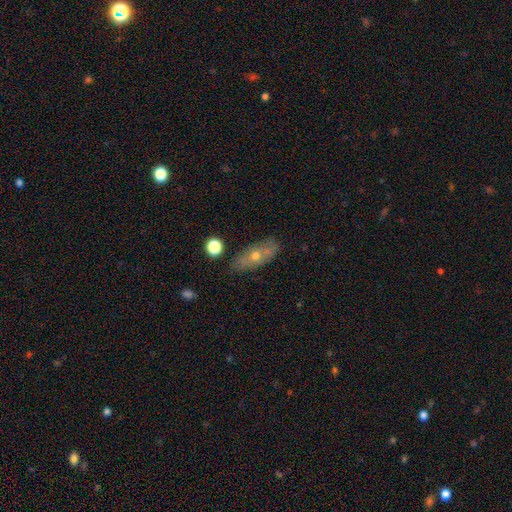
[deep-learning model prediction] Smooth or featured?
  - smooth: 48% *
  - featured or disk: 43%
  - star or artifact: 9%
Merging?
  - none: 78% *
  - minor disturbance: 14%
  - merger: 4%
  - major disturbance: 3%